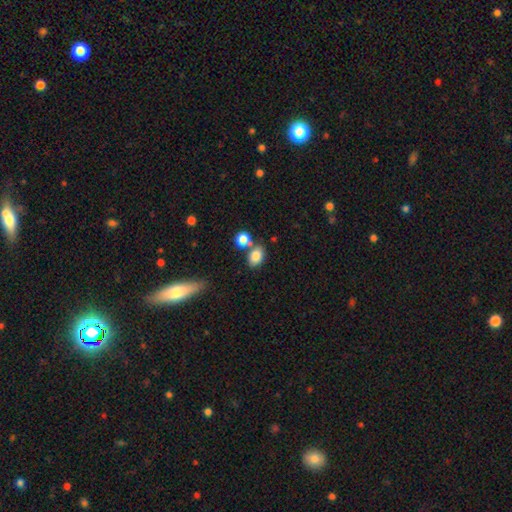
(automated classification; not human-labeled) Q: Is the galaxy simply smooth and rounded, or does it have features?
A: smooth — 83%.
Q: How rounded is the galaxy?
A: in between — 75%.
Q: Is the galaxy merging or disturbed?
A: none — 57%.